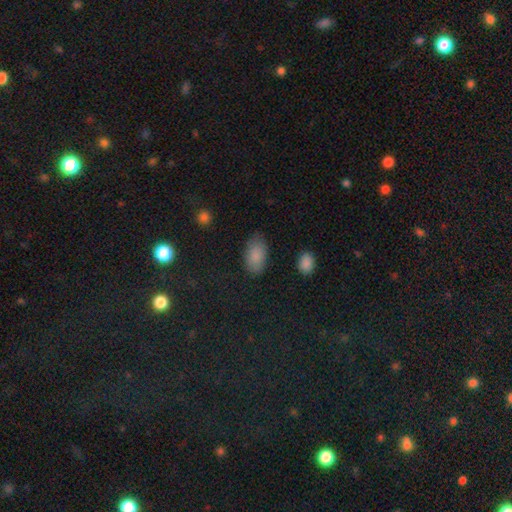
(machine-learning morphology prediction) A smooth galaxy with no disk features (86%) that is in between round and cigar-shaped (94%).

Vote fractions:
- Smooth or featured? smooth: 86% / star or artifact: 8% / featured or disk: 6%
- How rounded? in between: 94% / round: 5% / cigar-shaped: 2%
- Merging? none: 77% / minor disturbance: 17% / major disturbance: 4% / merger: 2%